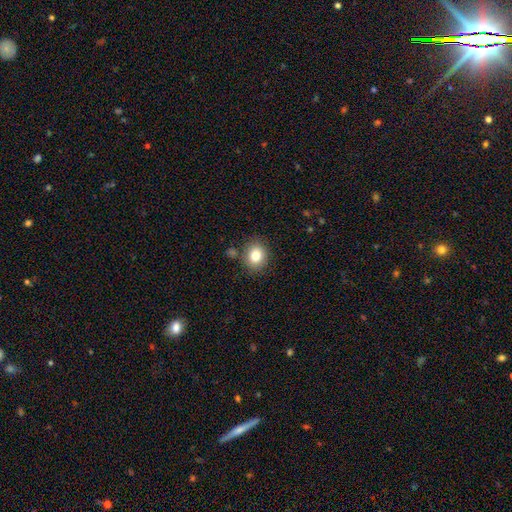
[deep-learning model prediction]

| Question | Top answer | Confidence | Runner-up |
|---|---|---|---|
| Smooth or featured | smooth | 82% | star or artifact (10%) |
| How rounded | round | 64% | in between (35%) |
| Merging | none | 82% | minor disturbance (10%) |